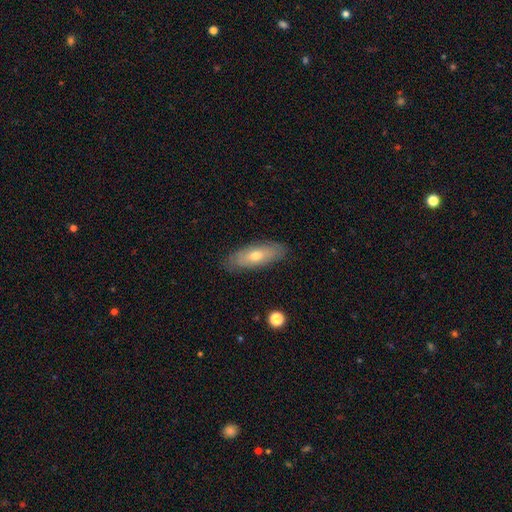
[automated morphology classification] Q: Smooth or featured?
A: smooth (59%); runner-up: featured or disk (35%)
Q: How rounded?
A: in between (70%); runner-up: cigar-shaped (27%)
Q: Merging?
A: none (84%); runner-up: minor disturbance (12%)